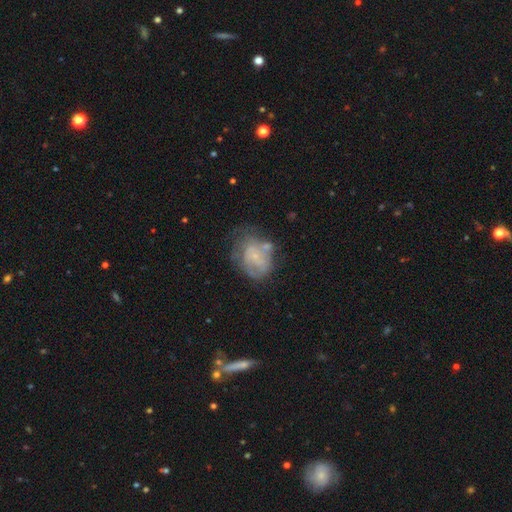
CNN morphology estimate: type=featured or disk (57%); edge-on=no (97%); bar=no (73%); spiral arms=yes (57%); bulge=small (66%); merging=none (42%).